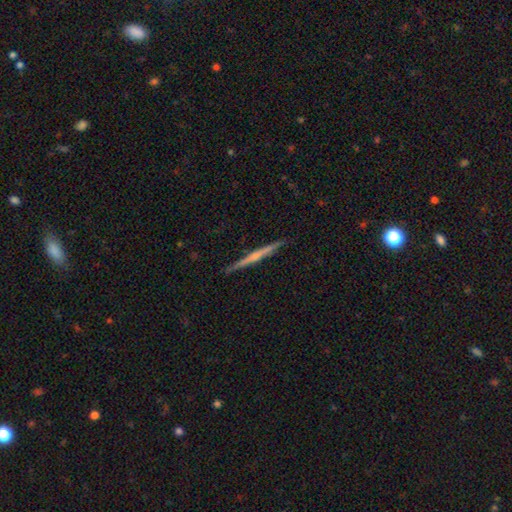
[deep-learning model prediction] A featured or disk galaxy (68%) viewed edge-on (98%) with no central bulge (48%). Merging: none (91%).